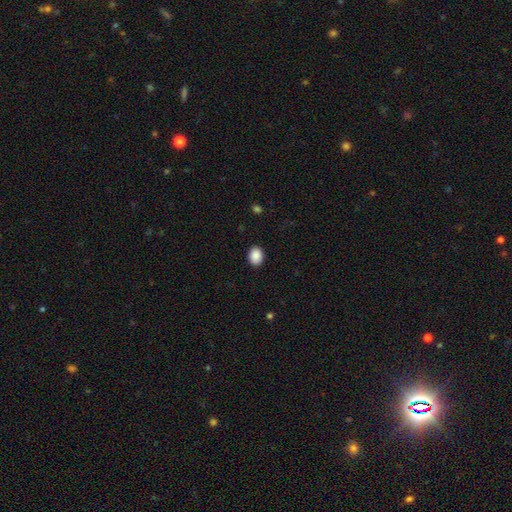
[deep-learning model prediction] Smooth or featured?
  - smooth: 90% *
  - star or artifact: 8%
  - featured or disk: 3%
How rounded?
  - in between: 61% *
  - round: 38%
  - cigar-shaped: 1%
Merging?
  - none: 90% *
  - minor disturbance: 7%
  - major disturbance: 2%
  - merger: 1%